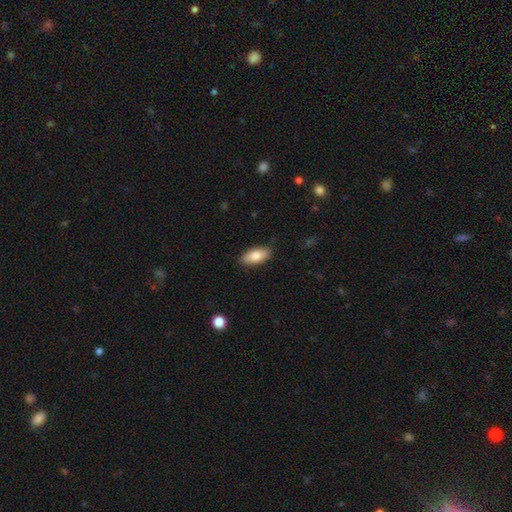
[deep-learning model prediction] A smooth galaxy with no disk features (83%) that is in between round and cigar-shaped (89%). Merging: none (87%).